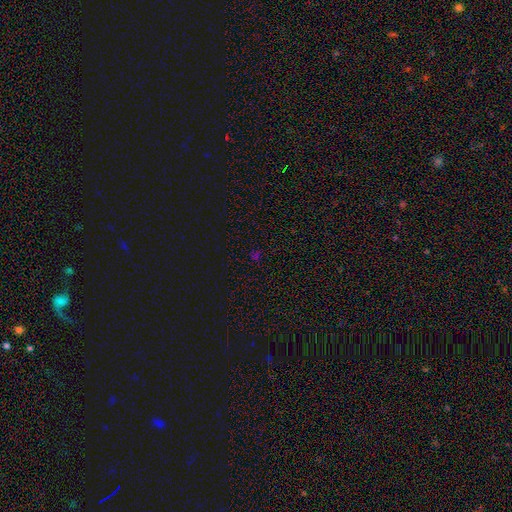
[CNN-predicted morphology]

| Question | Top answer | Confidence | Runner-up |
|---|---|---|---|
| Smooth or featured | star or artifact | 64% | smooth (29%) |